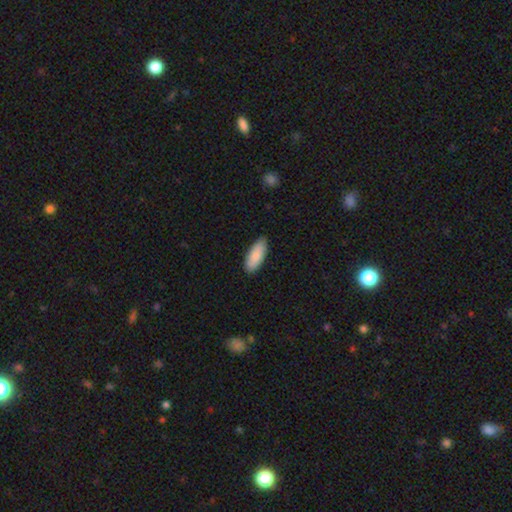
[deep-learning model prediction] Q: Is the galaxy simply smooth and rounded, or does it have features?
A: smooth — 88%.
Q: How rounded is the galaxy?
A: in between — 79%.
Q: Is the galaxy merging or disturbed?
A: none — 86%.